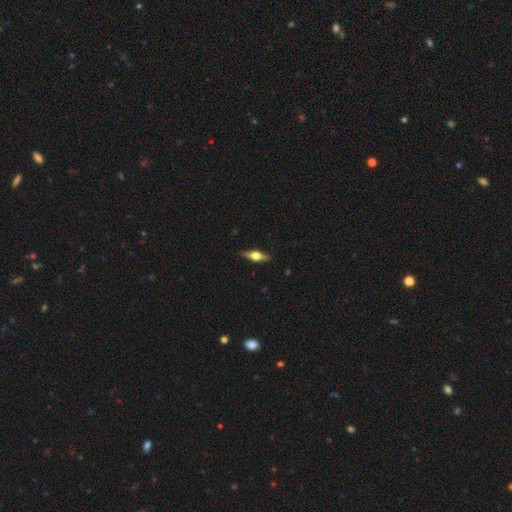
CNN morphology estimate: This is likely a featured or disk galaxy (63%). It is clearly viewed edge-on (95%). Edge-on bulge: clearly rounded (95%). Merging: clearly none (89%).